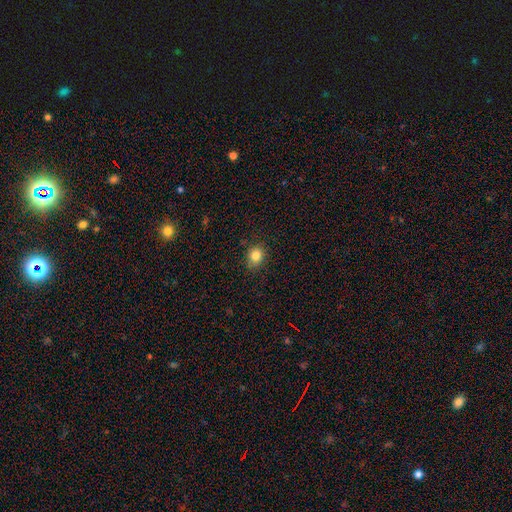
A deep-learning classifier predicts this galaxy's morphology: smooth_or_featured: smooth (p=0.83) [alt: star or artifact p=0.11]
how_rounded: round (p=0.64) [alt: in between p=0.35]
merging: none (p=0.82) [alt: minor disturbance p=0.14]